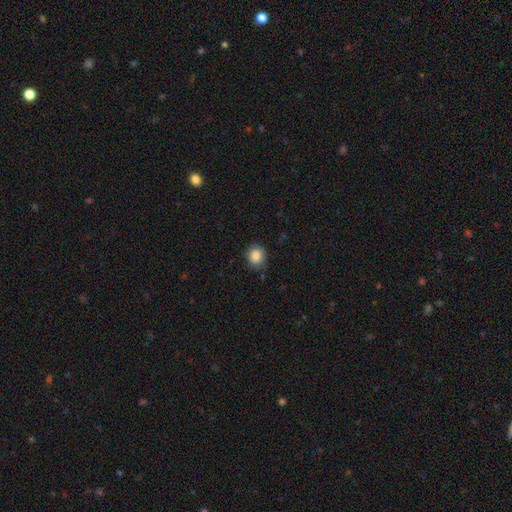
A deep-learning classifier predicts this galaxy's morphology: Smooth or featured? Predicted: smooth (p=0.86). How rounded? Predicted: round (p=0.74). Merging? Predicted: none (p=0.81).